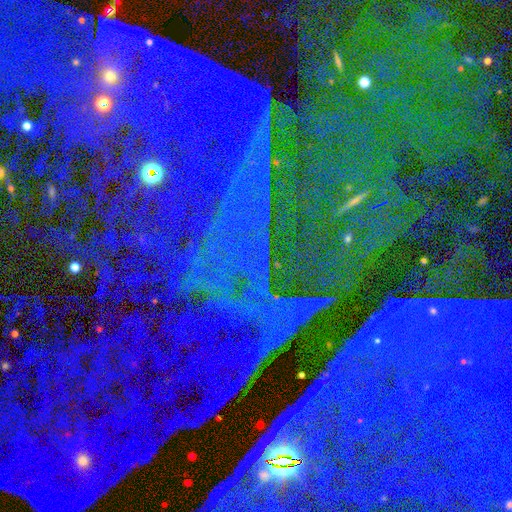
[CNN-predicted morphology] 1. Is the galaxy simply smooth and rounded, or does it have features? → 88% star or artifact, 6% featured or disk, 6% smooth.